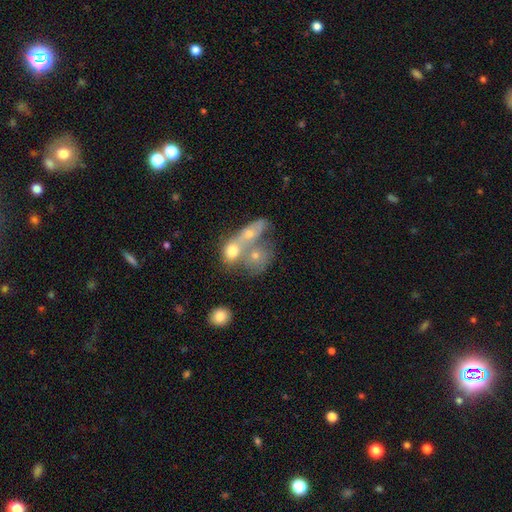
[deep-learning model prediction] A smooth galaxy with no disk features (50%) that is round (50%). Merging: merger (67%).